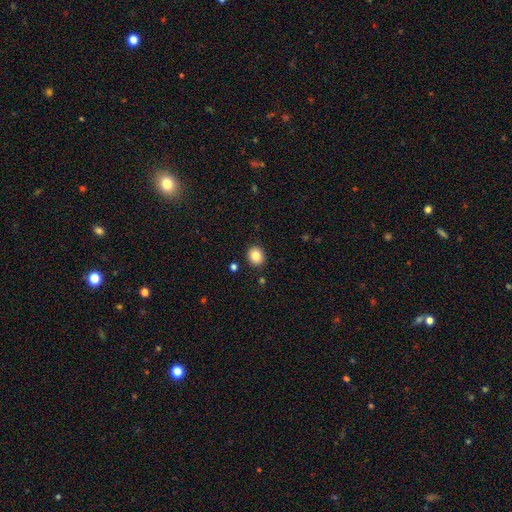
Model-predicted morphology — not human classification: Smooth or featured? Predicted: smooth (p=0.84). How rounded? Predicted: round (p=0.75). Merging? Predicted: none (p=0.90).